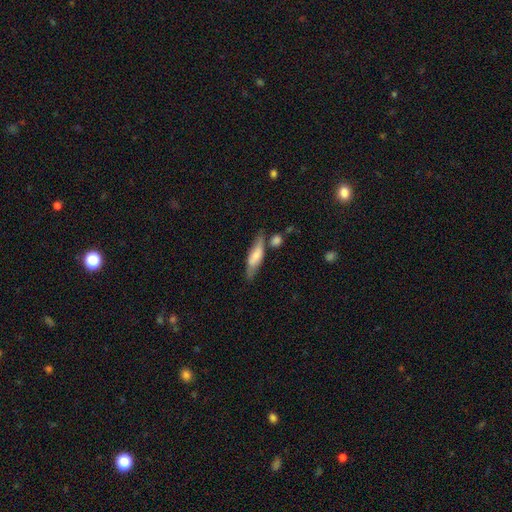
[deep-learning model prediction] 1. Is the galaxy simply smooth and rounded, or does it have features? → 55% smooth, 38% featured or disk, 6% star or artifact.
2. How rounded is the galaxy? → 59% cigar-shaped, 38% in between, 3% round.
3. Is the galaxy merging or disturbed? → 63% none, 19% minor disturbance, 13% merger, 6% major disturbance.